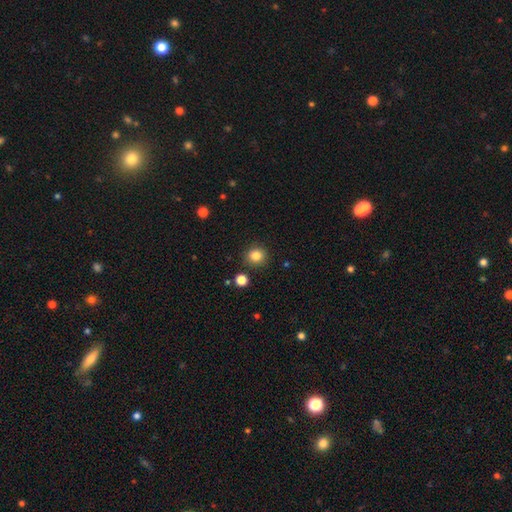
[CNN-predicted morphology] smooth_or_featured: smooth (p=0.84) [alt: star or artifact p=0.12]
how_rounded: round (p=0.88) [alt: in between p=0.11]
merging: none (p=0.88) [alt: minor disturbance p=0.07]